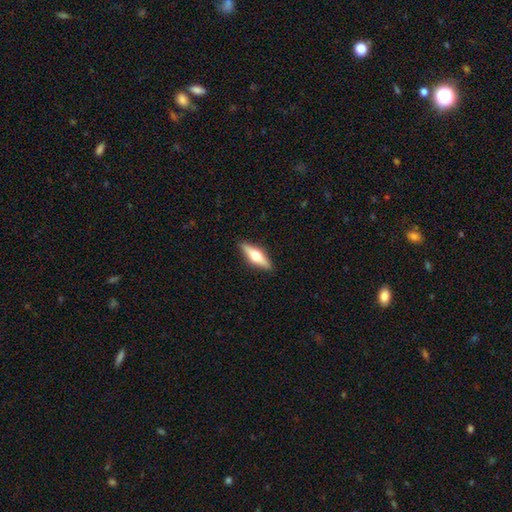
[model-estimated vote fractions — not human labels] smooth-or-featured: featured or disk: 58% | smooth: 37% | star or artifact: 6%
  disk-edge-on: yes: 95% | no: 5%
    edge-on-bulge: rounded: 95% | boxy: 3% | none: 2%
  merging: none: 90% | minor disturbance: 7% | major disturbance: 2% | merger: 1%